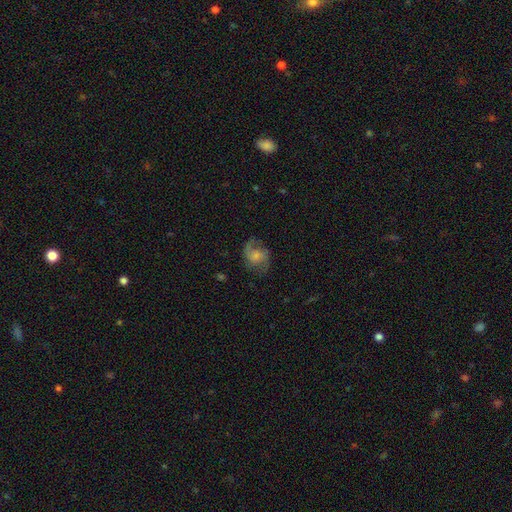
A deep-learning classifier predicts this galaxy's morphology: The model was most divided on "spiral winding": medium: 49%, loose: 37%, tight: 14%. Remaining: edge-on disk — no (98%); spiral arms — yes (93%); spiral arm count — 2 (84%); smooth or featured — featured or disk (72%); merging — none (69%); bar — no (59%); bulge size — small (46%).